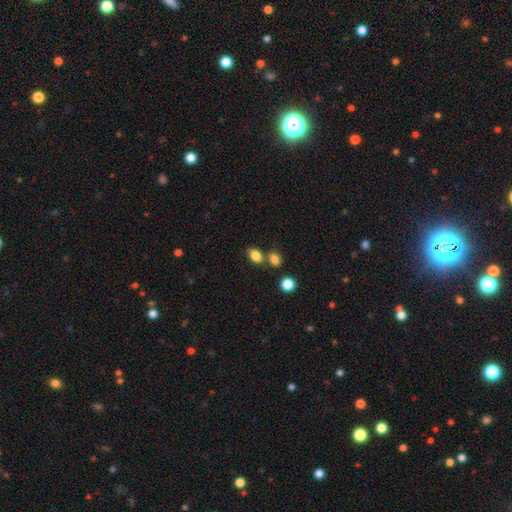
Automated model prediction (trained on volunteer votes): Morphology: type=smooth (83%); roundness=in between (74%); merging=none (56%).